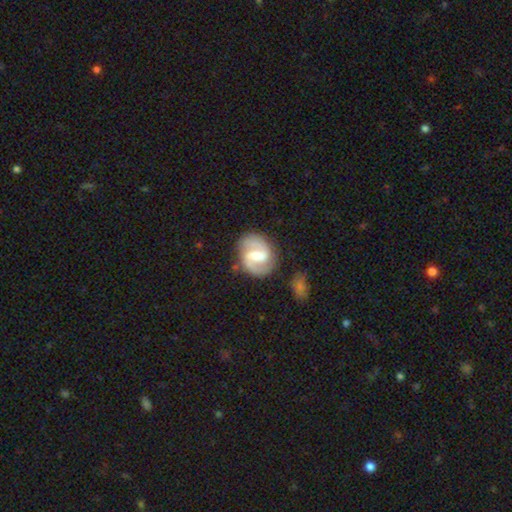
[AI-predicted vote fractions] featured or disk 83%, smooth 12%, star or artifact 5%. Down the decision tree: edge-on disk — no (98%); bar — weak (49%); spiral arms — yes (94%); spiral arm count — 2 (91%); spiral winding — medium (54%); bulge size — moderate (47%); merging — none (78%).